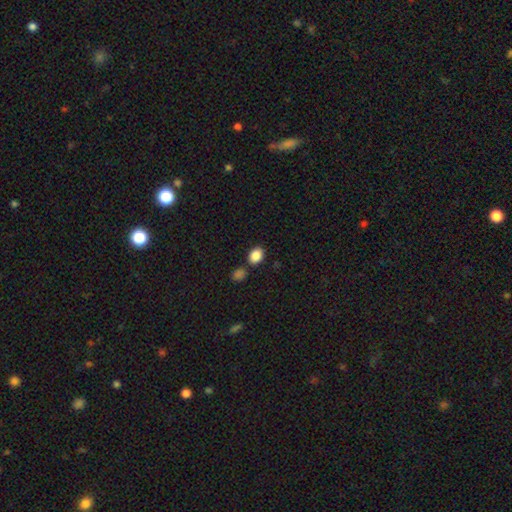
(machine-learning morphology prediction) smooth 87%, star or artifact 9%, featured or disk 4%. Down the decision tree: how rounded — in between (64%); merging — none (75%).